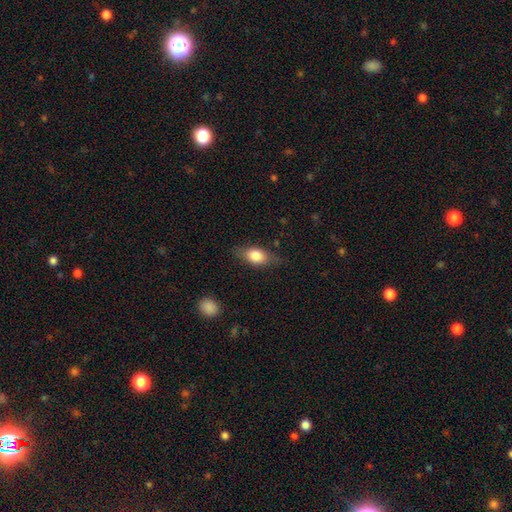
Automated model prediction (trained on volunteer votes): A smooth galaxy with no disk features (72%) that is in between round and cigar-shaped (77%). Merging: none (74%).